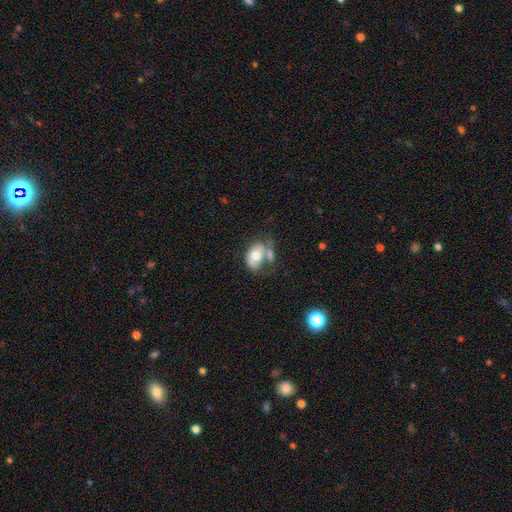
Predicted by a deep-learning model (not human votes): smooth-or-featured: smooth: 60% | featured or disk: 33% | star or artifact: 7%
  how-rounded: in between: 82% | round: 17% | cigar-shaped: 1%
  merging: merger: 33% | none: 31% | minor disturbance: 21% | major disturbance: 15%